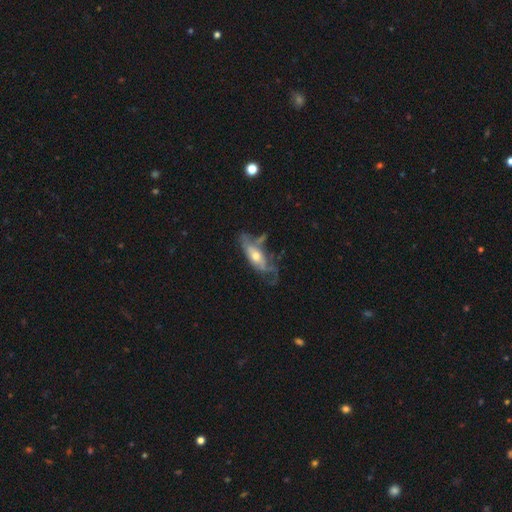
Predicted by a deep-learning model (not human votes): This is likely a featured or disk galaxy (62%). It is likely not viewed edge-on (72%). Merging: marginally none (36%).